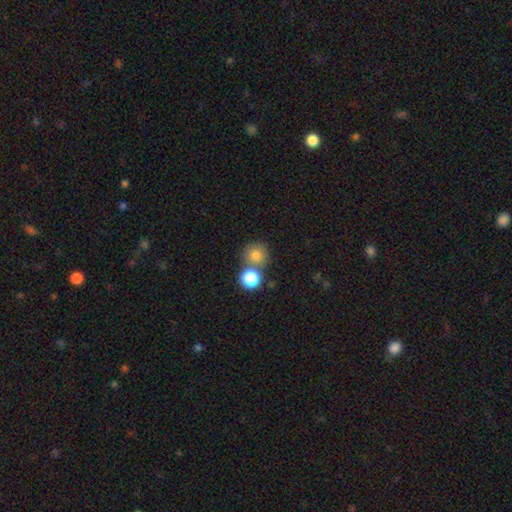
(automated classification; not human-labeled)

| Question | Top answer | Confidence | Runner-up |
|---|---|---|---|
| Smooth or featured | smooth | 80% | star or artifact (12%) |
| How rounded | round | 89% | in between (10%) |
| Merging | none | 56% | merger (33%) |